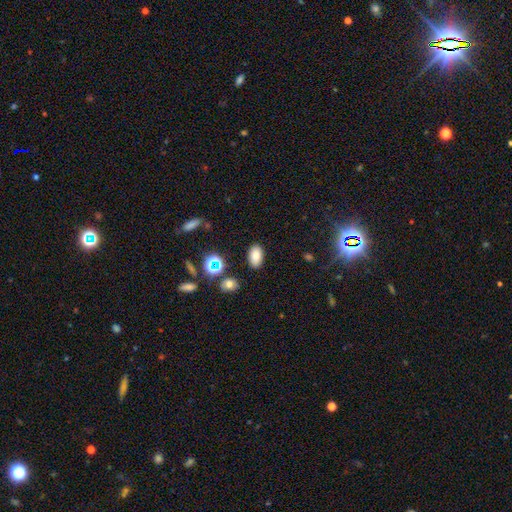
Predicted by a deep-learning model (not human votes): smooth-or-featured: smooth: 79% | star or artifact: 13% | featured or disk: 8%
  how-rounded: in between: 91% | round: 7% | cigar-shaped: 2%
  merging: none: 85% | minor disturbance: 9% | major disturbance: 3% | merger: 2%